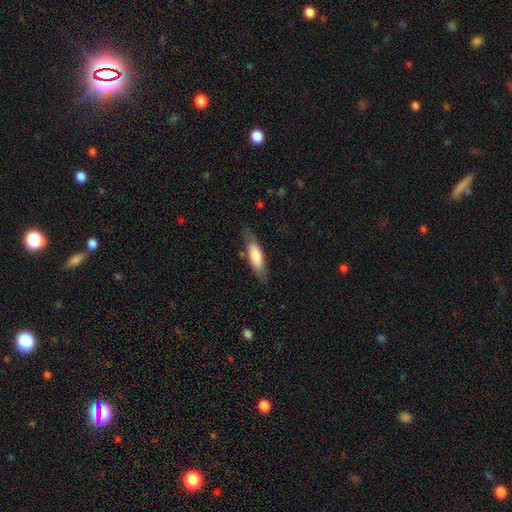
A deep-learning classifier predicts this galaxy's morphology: The model was most divided on "how rounded": cigar-shaped: 50%, in between: 48%, round: 2%. More confident: merging — none (75%); smooth or featured — smooth (73%).